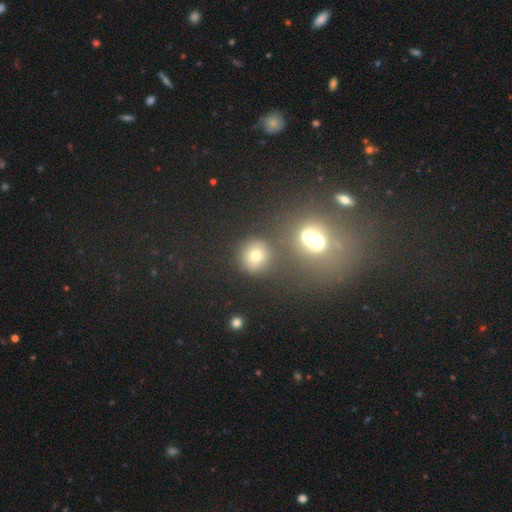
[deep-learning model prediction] Smooth or featured: smooth — 65% (star or artifact — 24%)
How rounded: round — 88% (in between — 11%)
Merging: none — 73% (merger — 15%)